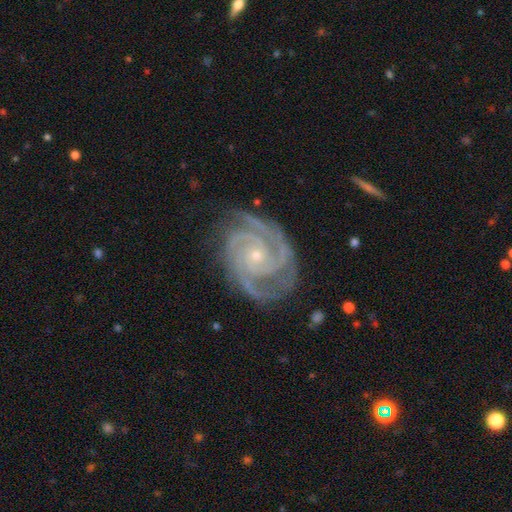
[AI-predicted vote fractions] Smooth or featured?
  - featured or disk: 94% *
  - star or artifact: 4%
  - smooth: 2%
Edge-on disk?
  - no: 98% *
  - yes: 2%
Bar?
  - no: 75% *
  - weak: 18%
  - strong: 7%
Spiral arms?
  - yes: 99% *
  - no: 1%
Spiral winding?
  - tight: 73% *
  - medium: 25%
  - loose: 2%
Spiral arm count?
  - 3: 46% *
  - 2: 26%
  - 4: 12%
  - can't tell: 7%
  - more than 4: 5%
  - 1: 5%
Bulge size?
  - small: 79% *
  - moderate: 18%
  - none: 1%
  - large: 1%
  - dominant: 1%
Merging?
  - none: 78% *
  - minor disturbance: 16%
  - major disturbance: 5%
  - merger: 1%